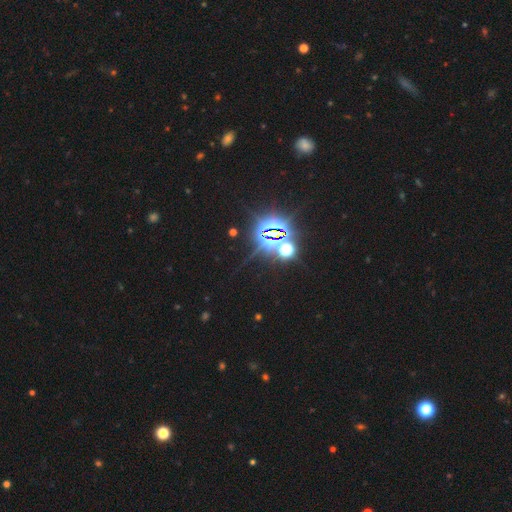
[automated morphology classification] star or artifact 83%, smooth 10%, featured or disk 6%.